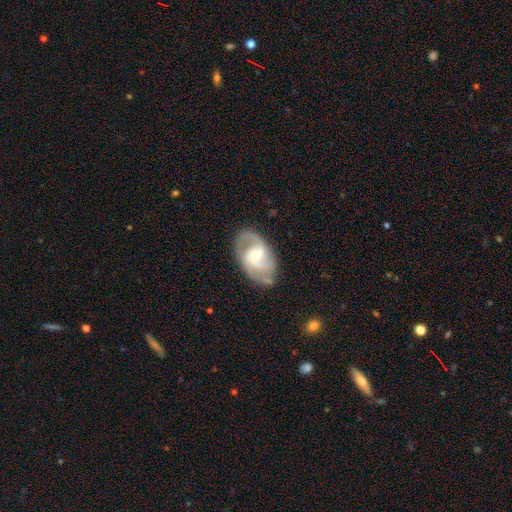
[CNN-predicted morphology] Smooth or featured: featured or disk — 85% (smooth — 10%)
Edge-on disk: no — 96% (yes — 4%)
Bar: weak — 49% (no — 35%)
Spiral arms: yes — 95% (no — 5%)
Spiral winding: medium — 54% (tight — 27%)
Spiral arm count: 2 — 63% (3 — 20%)
Bulge size: moderate — 53% (small — 42%)
Merging: none — 75% (minor disturbance — 17%)